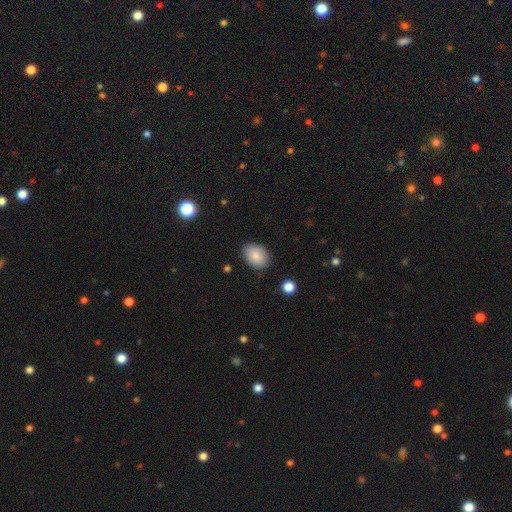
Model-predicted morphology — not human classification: Smooth or featured? smooth (86%)
How rounded? in between (76%)
Merging? none (83%)